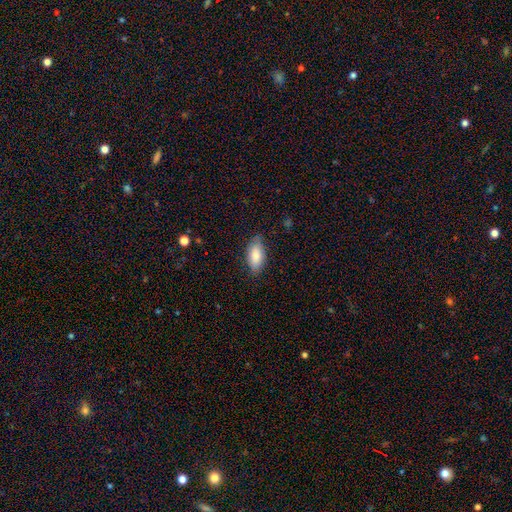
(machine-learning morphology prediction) A smooth galaxy with no disk features (83%) that is in between round and cigar-shaped (88%).

Vote fractions:
- Smooth or featured? smooth: 83% / featured or disk: 11% / star or artifact: 6%
- How rounded? in between: 88% / cigar-shaped: 10% / round: 2%
- Merging? none: 79% / minor disturbance: 17% / major disturbance: 3% / merger: 1%